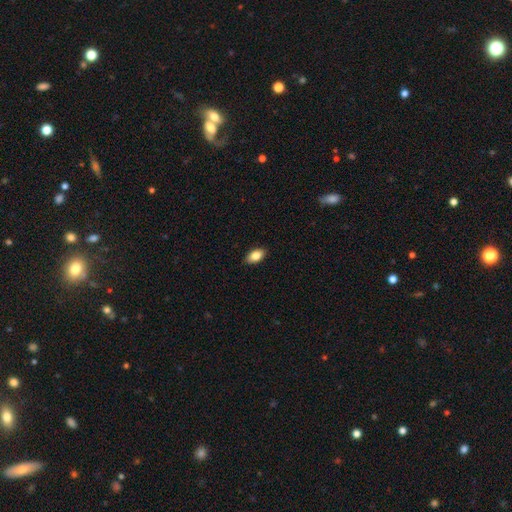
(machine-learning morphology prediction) A smooth galaxy with no disk features (84%) that is in between round and cigar-shaped (92%). Merging: none (89%).